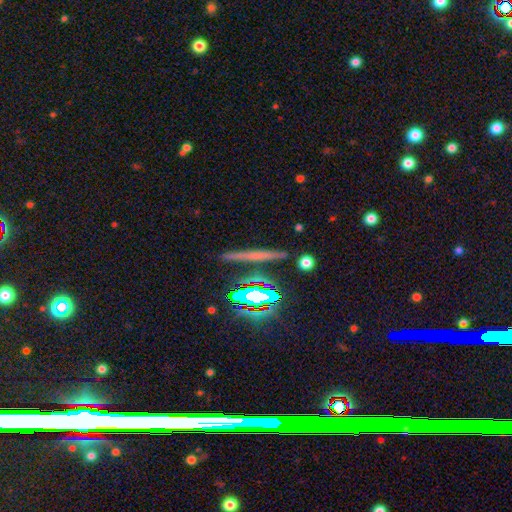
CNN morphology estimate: Smooth or featured? featured or disk (37%)
Merging? none (86%)